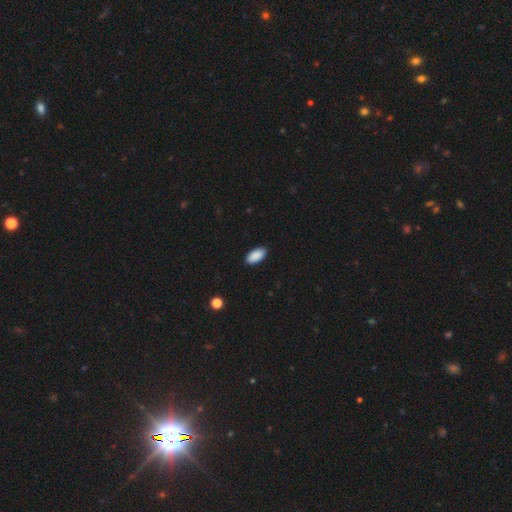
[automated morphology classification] smooth_or_featured: smooth (p=0.90) [alt: star or artifact p=0.07]
how_rounded: in between (p=0.94) [alt: cigar-shaped p=0.04]
merging: none (p=0.90) [alt: minor disturbance p=0.07]